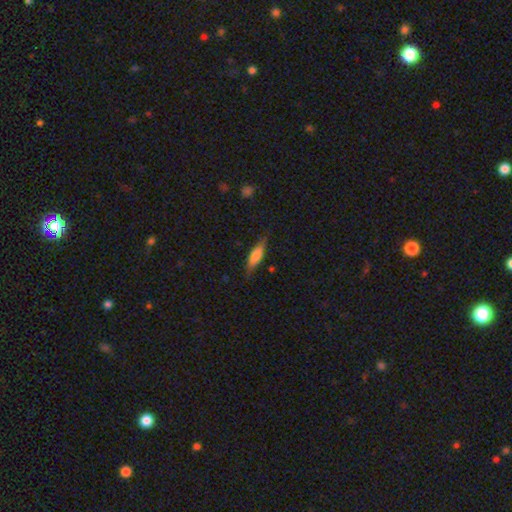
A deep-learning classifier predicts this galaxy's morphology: A smooth galaxy with no disk features (71%) that is cigar-shaped (57%).

Vote fractions:
- Smooth or featured? smooth: 71% / featured or disk: 23% / star or artifact: 6%
- How rounded? cigar-shaped: 57% / in between: 41% / round: 2%
- Merging? none: 75% / minor disturbance: 20% / major disturbance: 4% / merger: 1%